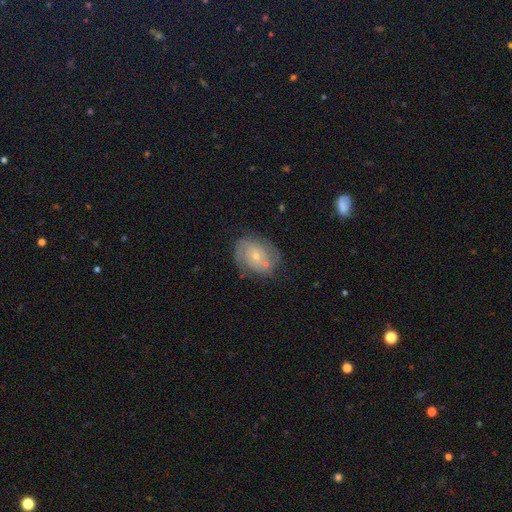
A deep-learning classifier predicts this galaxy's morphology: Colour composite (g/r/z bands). It shows a featured or disk galaxy (74%) with no bar (70%), 2 (53%) tight (55%) spiral arms (87%) and a small central bulge (67%). Merging: none (69%).